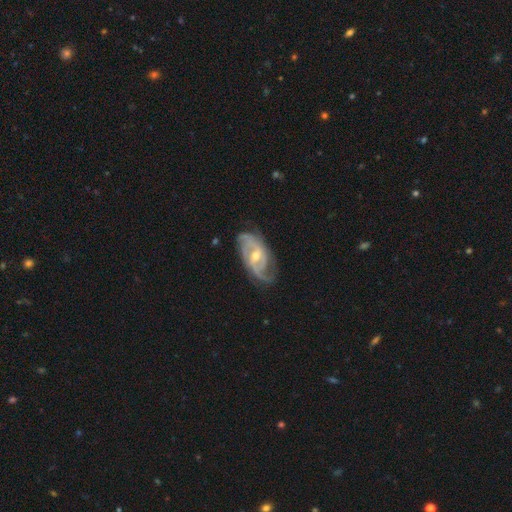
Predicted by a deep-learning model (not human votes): Smooth or featured: featured or disk — 90% (smooth — 6%)
Edge-on disk: no — 96% (yes — 4%)
Bar: weak — 49% (no — 34%)
Spiral arms: yes — 97% (no — 3%)
Spiral winding: tight — 47% (medium — 41%)
Spiral arm count: 2 — 36% (3 — 32%)
Bulge size: moderate — 59% (small — 37%)
Merging: none — 73% (minor disturbance — 20%)